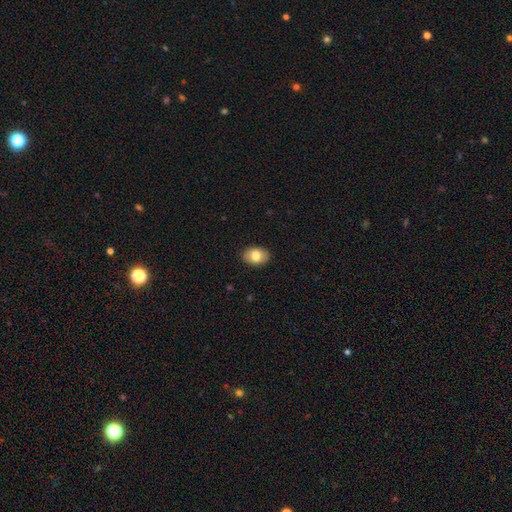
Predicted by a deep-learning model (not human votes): Smooth or featured? Predicted: smooth (p=0.81). How rounded? Predicted: in between (p=0.81). Merging? Predicted: none (p=0.89).